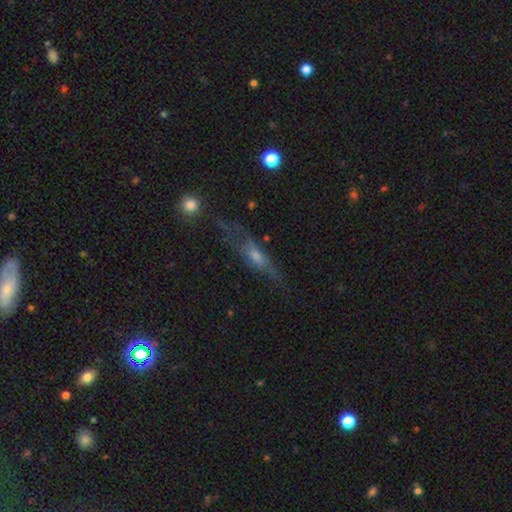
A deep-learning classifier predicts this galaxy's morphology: type=featured or disk (55%); edge-on=yes (63%); merging=none (56%).